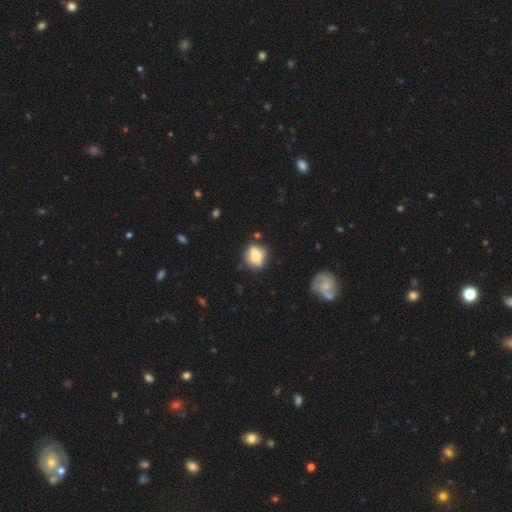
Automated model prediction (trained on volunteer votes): Smooth or featured? Predicted: smooth (p=0.58). How rounded? Predicted: in between (p=0.56). Merging? Predicted: none (p=0.79).